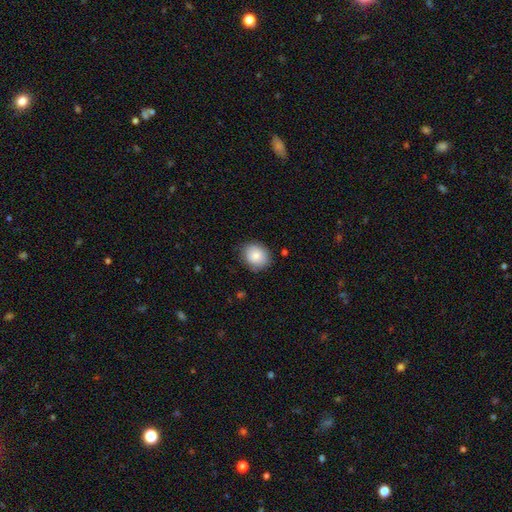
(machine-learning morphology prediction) A smooth galaxy with no disk features (84%) that is round (70%). Merging: none (80%).